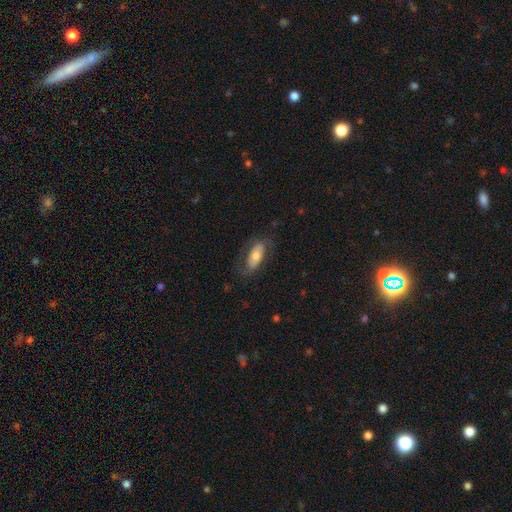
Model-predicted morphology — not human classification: A smooth galaxy with no disk features (58%) that is in between round and cigar-shaped (80%). Merging: none (69%).